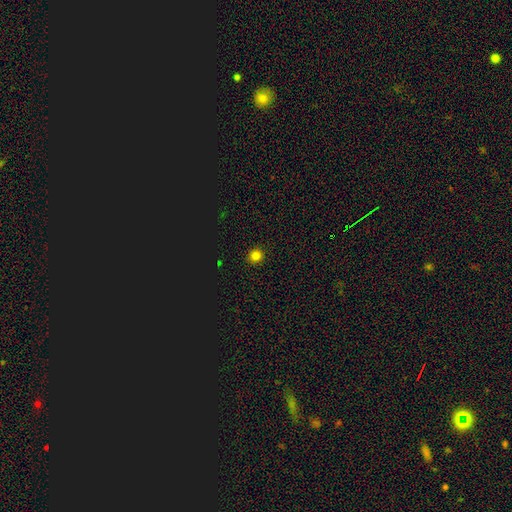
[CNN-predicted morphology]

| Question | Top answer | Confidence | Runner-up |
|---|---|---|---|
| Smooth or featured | smooth | 80% | star or artifact (16%) |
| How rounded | round | 92% | in between (7%) |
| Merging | none | 93% | minor disturbance (5%) |